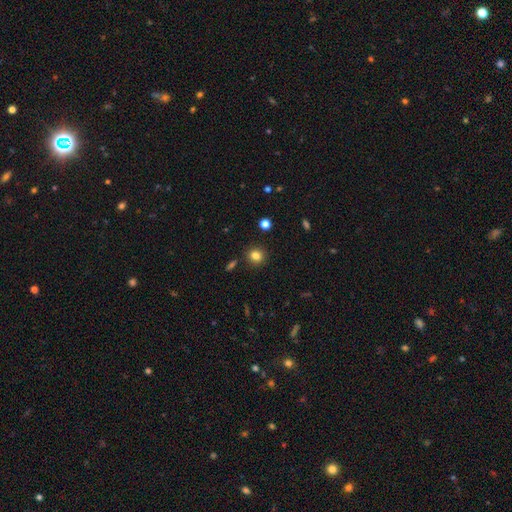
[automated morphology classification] Smooth or featured: smooth — 82% (star or artifact — 12%)
How rounded: round — 82% (in between — 17%)
Merging: none — 89% (minor disturbance — 7%)